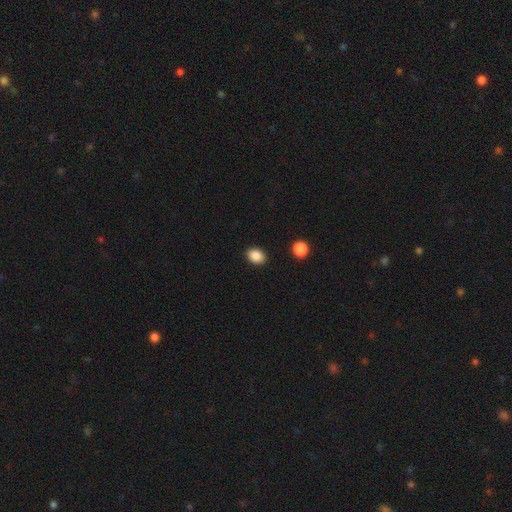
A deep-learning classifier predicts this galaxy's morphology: A smooth galaxy with no disk features (88%) that is in between round and cigar-shaped (70%). Merging: none (89%).